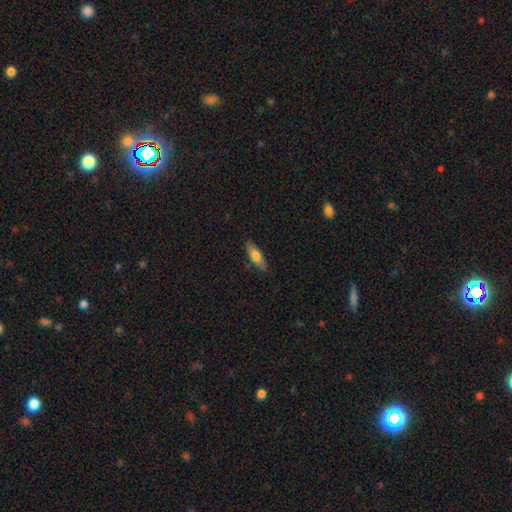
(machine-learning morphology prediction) A smooth galaxy with no disk features (70%) that is in between round and cigar-shaped (54%).

Vote fractions:
- Smooth or featured? smooth: 70% / featured or disk: 23% / star or artifact: 6%
- How rounded? in between: 54% / cigar-shaped: 43% / round: 2%
- Merging? none: 83% / minor disturbance: 13% / major disturbance: 3% / merger: 2%